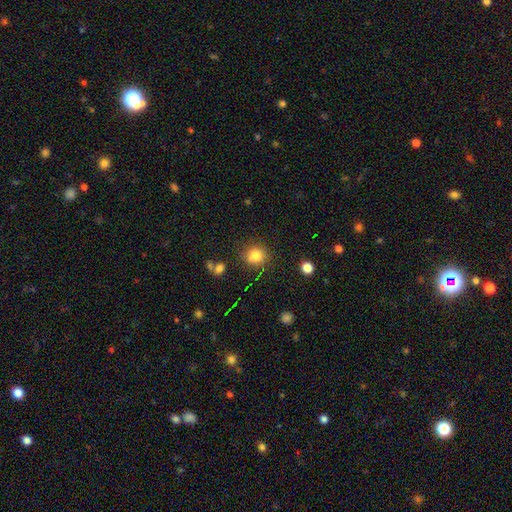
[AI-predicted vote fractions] Smooth or featured?
  - smooth: 80% *
  - star or artifact: 13%
  - featured or disk: 7%
How rounded?
  - round: 83% *
  - in between: 16%
  - cigar-shaped: 1%
Merging?
  - none: 77% *
  - minor disturbance: 13%
  - merger: 6%
  - major disturbance: 4%